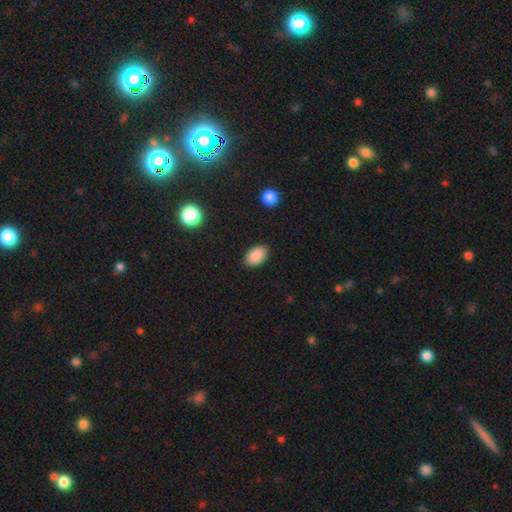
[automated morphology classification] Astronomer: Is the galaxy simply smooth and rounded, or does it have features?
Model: smooth — 88%.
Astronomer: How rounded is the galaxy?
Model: in between — 91%.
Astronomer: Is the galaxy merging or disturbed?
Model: none — 88%.